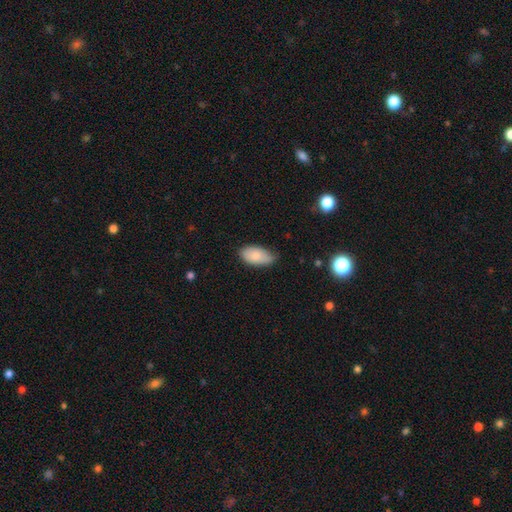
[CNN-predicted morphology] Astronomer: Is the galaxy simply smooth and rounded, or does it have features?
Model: smooth — 82%.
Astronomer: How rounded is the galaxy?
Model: in between — 94%.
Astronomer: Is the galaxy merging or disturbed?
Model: none — 62%.